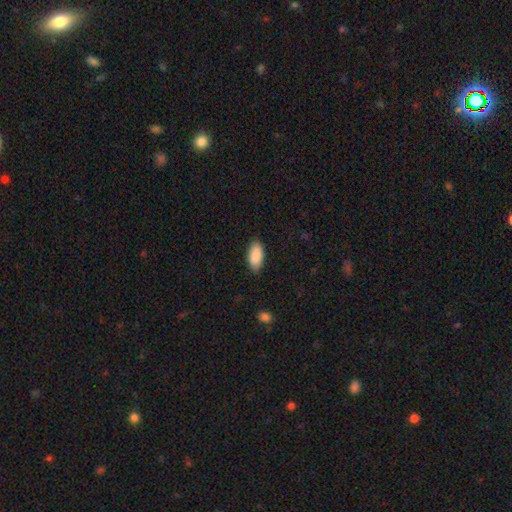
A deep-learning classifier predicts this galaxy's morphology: smooth_or_featured: smooth (p=0.90) [alt: star or artifact p=0.06]
how_rounded: in between (p=0.92) [alt: cigar-shaped p=0.07]
merging: none (p=0.81) [alt: minor disturbance p=0.16]